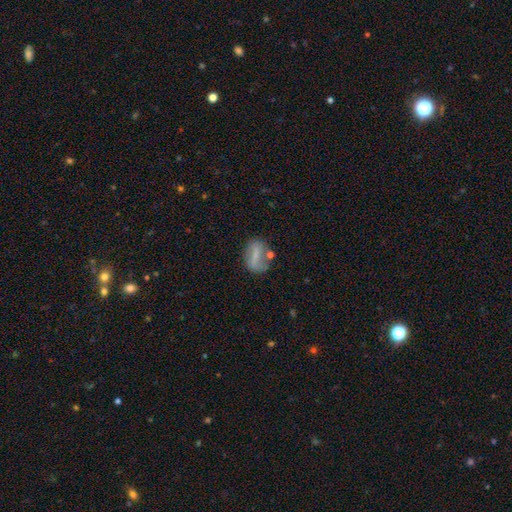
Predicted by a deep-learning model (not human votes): Morphology: type=smooth (55%); roundness=in between (65%); merging=none (60%).